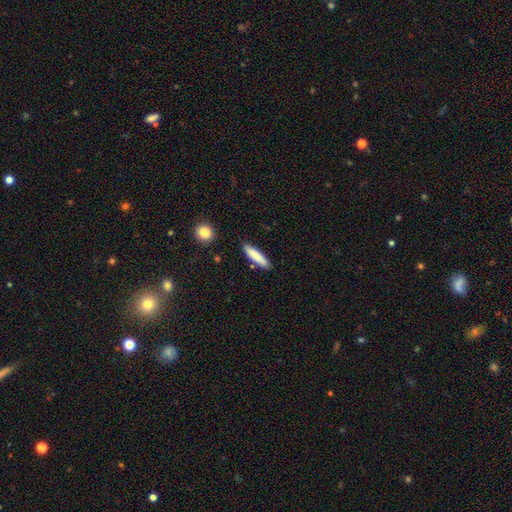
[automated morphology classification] This is clearly a smooth galaxy (83%). How rounded: likely cigar-shaped (79%). Merging: clearly none (85%).